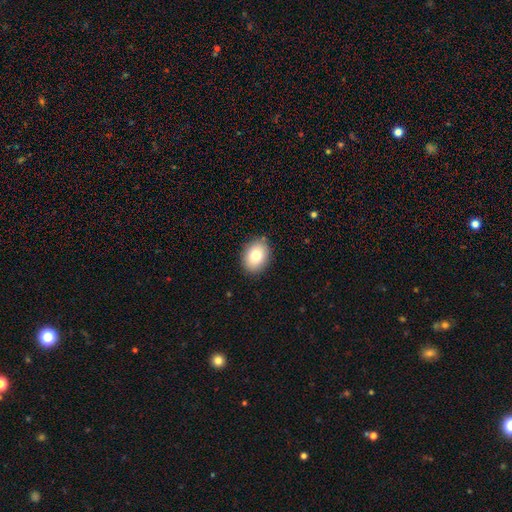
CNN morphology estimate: Smooth or featured?
  - smooth: 80% *
  - featured or disk: 12%
  - star or artifact: 8%
How rounded?
  - in between: 68% *
  - round: 31%
  - cigar-shaped: 1%
Merging?
  - none: 86% *
  - minor disturbance: 10%
  - major disturbance: 2%
  - merger: 1%